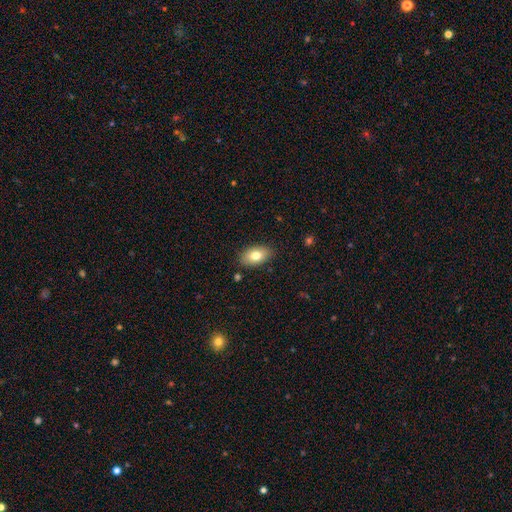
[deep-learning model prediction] smooth-or-featured: smooth: 79% | featured or disk: 14% | star or artifact: 7%
  how-rounded: in between: 92% | round: 6% | cigar-shaped: 2%
  merging: none: 87% | minor disturbance: 10% | major disturbance: 2% | merger: 1%